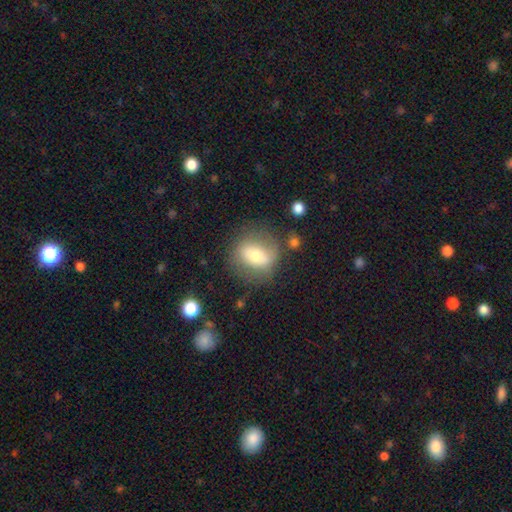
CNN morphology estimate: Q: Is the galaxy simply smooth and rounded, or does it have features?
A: smooth — 57%.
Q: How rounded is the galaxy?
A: round — 58%.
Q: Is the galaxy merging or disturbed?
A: none — 72%.